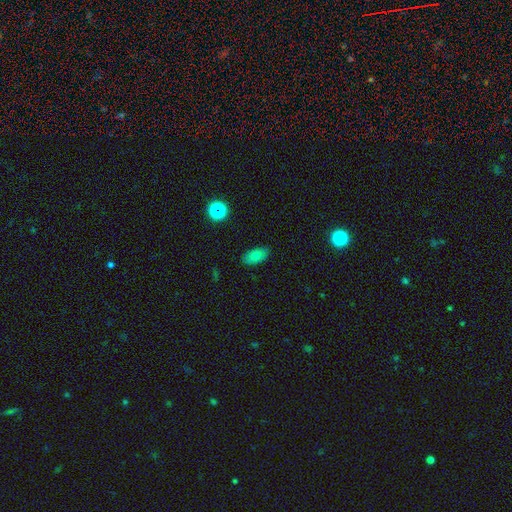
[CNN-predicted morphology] A smooth galaxy with no disk features (75%) that is in between round and cigar-shaped (90%).

Vote fractions:
- Smooth or featured? smooth: 75% / featured or disk: 14% / star or artifact: 11%
- How rounded? in between: 90% / round: 6% / cigar-shaped: 4%
- Merging? none: 85% / minor disturbance: 11% / major disturbance: 2% / merger: 1%